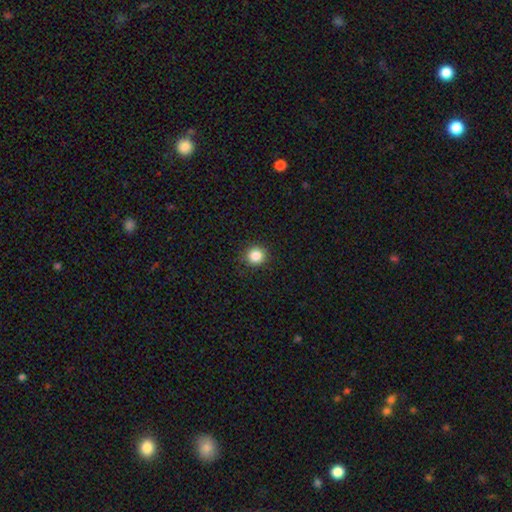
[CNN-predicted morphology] Smooth or featured? Predicted: smooth (p=0.85). How rounded? Predicted: round (p=0.93). Merging? Predicted: none (p=0.91).